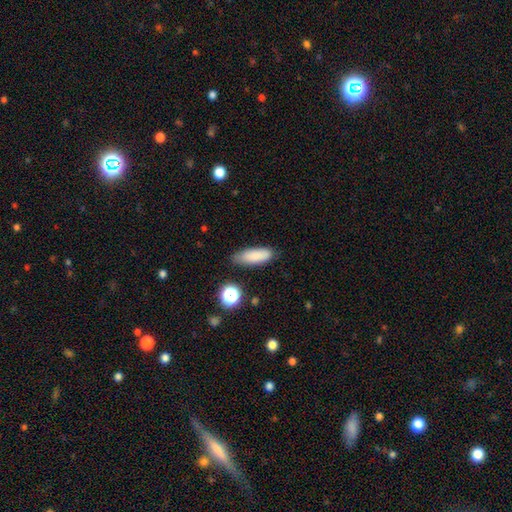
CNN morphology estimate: smooth 83%, star or artifact 9%, featured or disk 8%. Down the decision tree: how rounded — in between (61%); merging — none (75%).